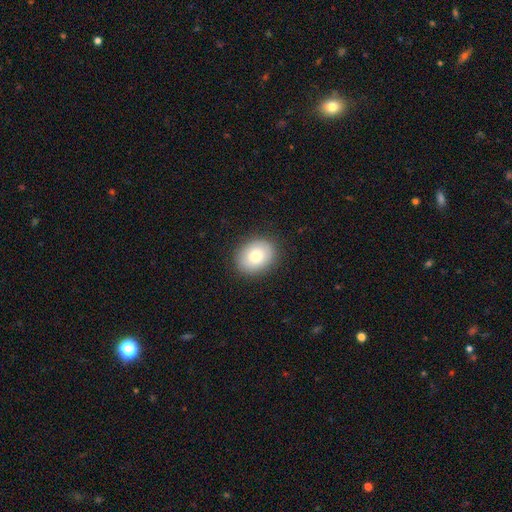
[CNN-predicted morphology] smooth 76%, featured or disk 15%, star or artifact 8%. Down the decision tree: how rounded — in between (53%); merging — none (87%).